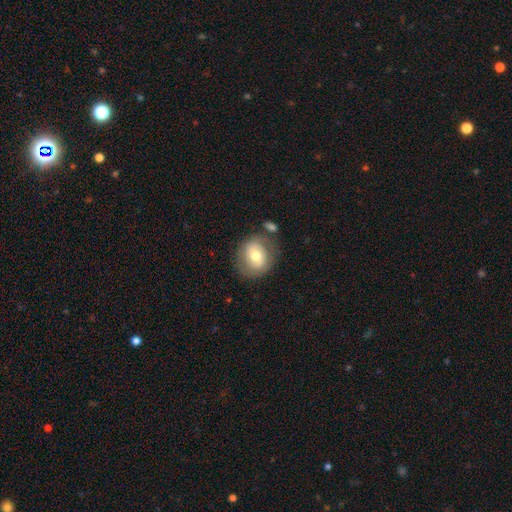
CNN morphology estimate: Smooth or featured: smooth — 63% (featured or disk — 29%)
How rounded: round — 72% (in between — 27%)
Merging: none — 73% (minor disturbance — 15%)